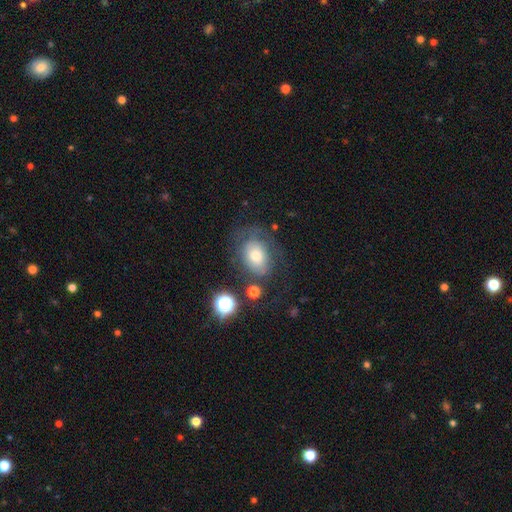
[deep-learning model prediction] Smooth or featured: smooth — 58% (featured or disk — 29%)
How rounded: in between — 71% (round — 28%)
Merging: none — 51% (minor disturbance — 23%)